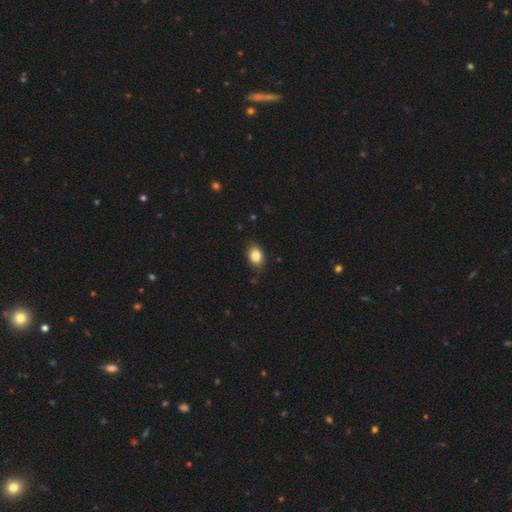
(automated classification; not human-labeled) Smooth or featured: smooth — 84% (star or artifact — 9%)
How rounded: in between — 72% (round — 27%)
Merging: none — 80% (minor disturbance — 16%)